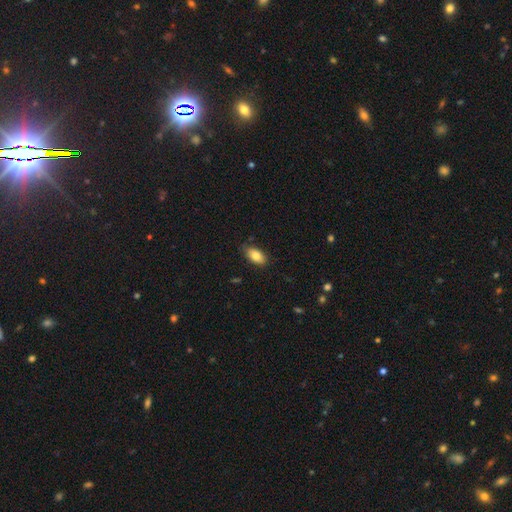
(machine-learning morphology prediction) The model was most divided on "merging": none: 77%, minor disturbance: 18%, major disturbance: 3%, merger: 1%. More confident: how rounded — in between (92%); smooth or featured — smooth (83%).